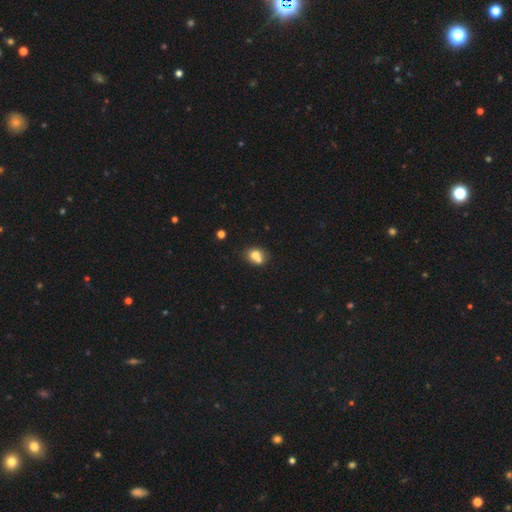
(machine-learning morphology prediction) Smooth or featured?
  - smooth: 73% *
  - featured or disk: 16%
  - star or artifact: 11%
How rounded?
  - round: 51% *
  - in between: 48%
  - cigar-shaped: 1%
Merging?
  - merger: 42% *
  - none: 39%
  - minor disturbance: 14%
  - major disturbance: 5%